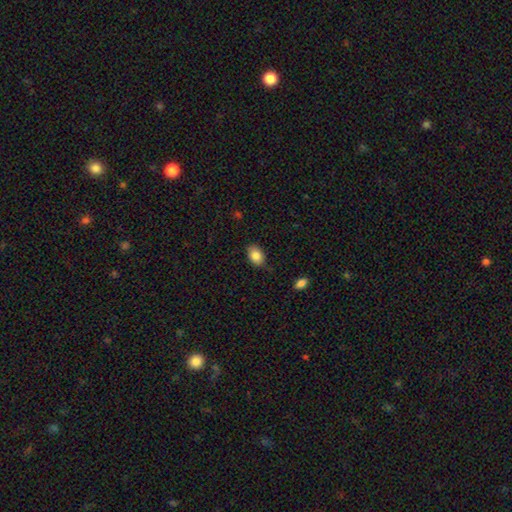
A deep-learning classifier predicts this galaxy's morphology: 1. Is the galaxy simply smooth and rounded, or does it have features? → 85% smooth, 8% star or artifact, 7% featured or disk.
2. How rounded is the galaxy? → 85% in between, 14% round, 1% cigar-shaped.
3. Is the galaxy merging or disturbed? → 81% none, 15% minor disturbance, 3% major disturbance, 1% merger.